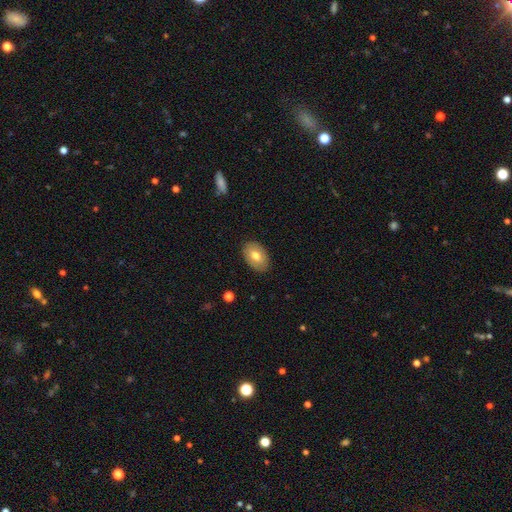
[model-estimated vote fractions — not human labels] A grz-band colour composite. It shows a smooth galaxy with no disk features (73%) that is in between round and cigar-shaped (87%). Merging: none (87%).